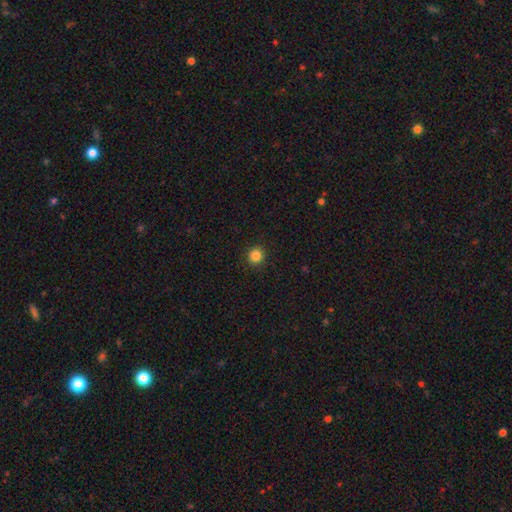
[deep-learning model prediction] smooth_or_featured: smooth (p=0.85) [alt: star or artifact p=0.11]
how_rounded: round (p=0.92) [alt: in between p=0.07]
merging: none (p=0.92) [alt: minor disturbance p=0.05]